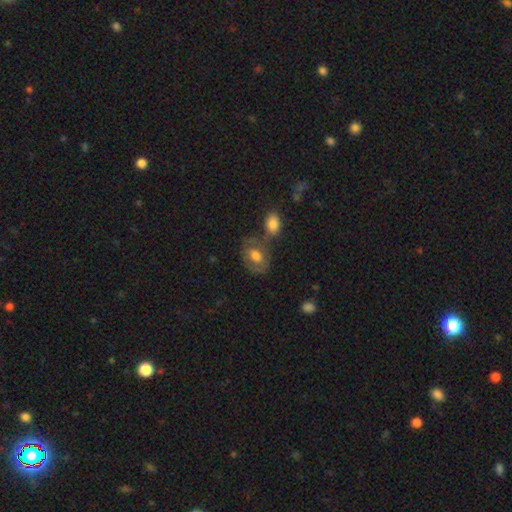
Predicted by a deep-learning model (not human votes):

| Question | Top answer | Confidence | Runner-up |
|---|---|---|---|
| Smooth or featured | smooth | 51% | featured or disk (41%) |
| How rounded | in between | 73% | round (26%) |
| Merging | none | 56% | merger (18%) |